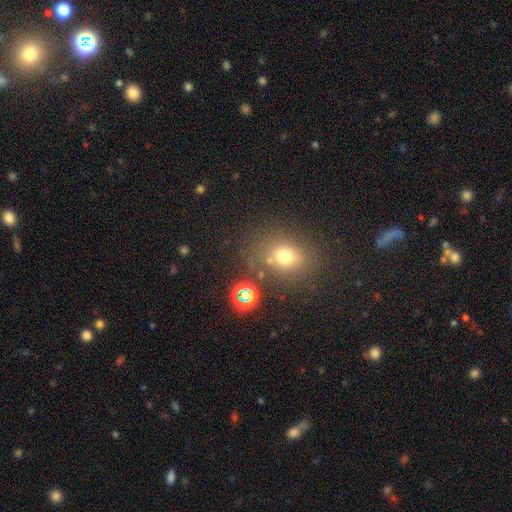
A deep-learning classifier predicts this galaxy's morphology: This is likely a smooth galaxy (61%). How rounded: possibly round (58%). Merging: clearly none (81%).